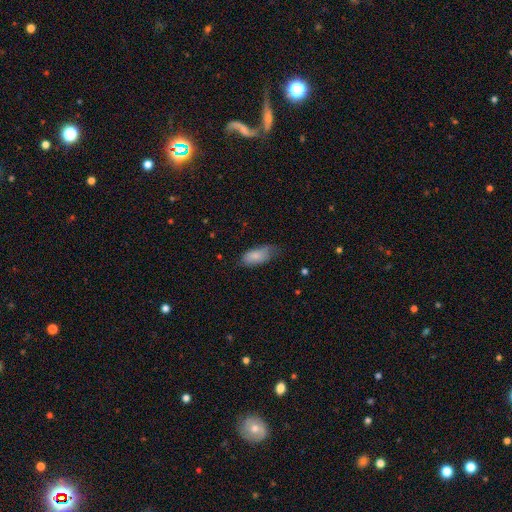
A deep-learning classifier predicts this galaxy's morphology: A smooth galaxy with no disk features (81%) that is in between round and cigar-shaped (89%). Merging: none (49%).